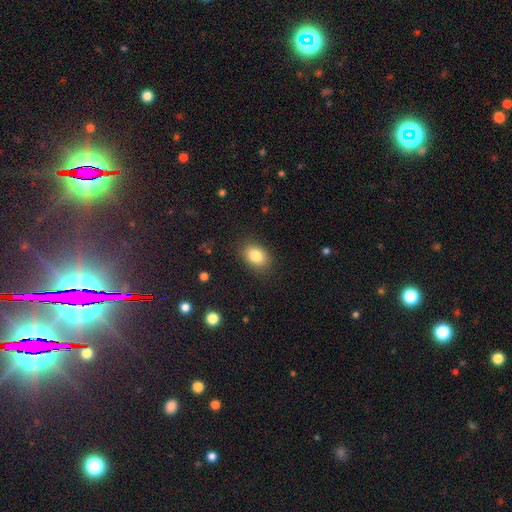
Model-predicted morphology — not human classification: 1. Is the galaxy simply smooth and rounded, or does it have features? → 83% smooth, 9% star or artifact, 7% featured or disk.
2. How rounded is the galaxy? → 73% in between, 26% round, 1% cigar-shaped.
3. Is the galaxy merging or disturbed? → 86% none, 10% minor disturbance, 3% major disturbance, 1% merger.